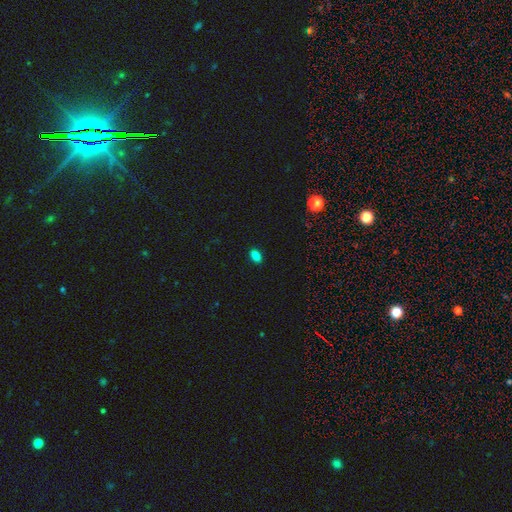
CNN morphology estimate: smooth 85%, star or artifact 12%, featured or disk 3%. Down the decision tree: how rounded — in between (90%); merging — none (89%).